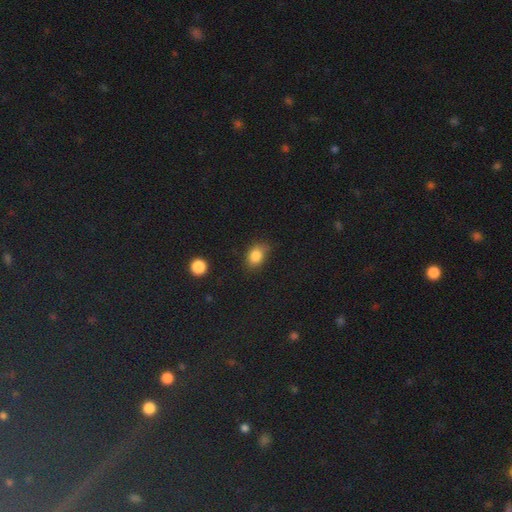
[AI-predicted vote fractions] smooth_or_featured: smooth (p=0.83) [alt: star or artifact p=0.11]
how_rounded: in between (p=0.69) [alt: round p=0.29]
merging: none (p=0.67) [alt: minor disturbance p=0.24]